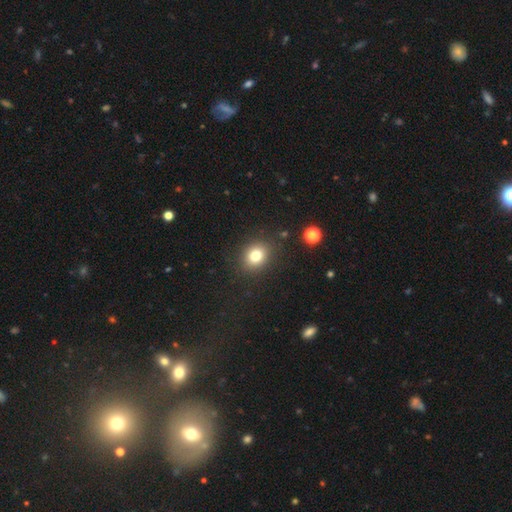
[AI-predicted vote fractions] Morphology: type=smooth (80%); roundness=round (64%); merging=none (87%).